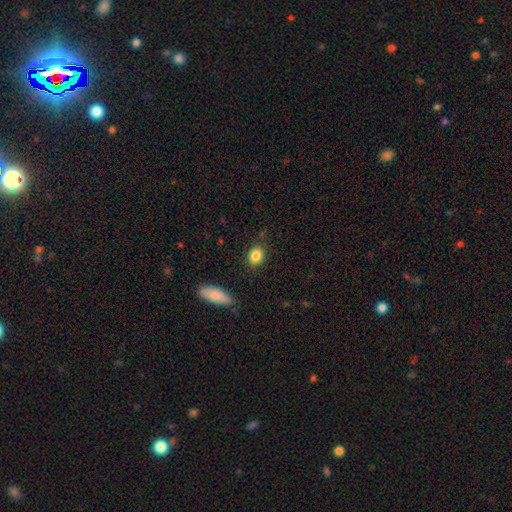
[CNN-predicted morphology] The model was most divided on "how rounded": in between: 51%, round: 47%, cigar-shaped: 2%. More confident: smooth or featured — smooth (85%); merging — none (83%).